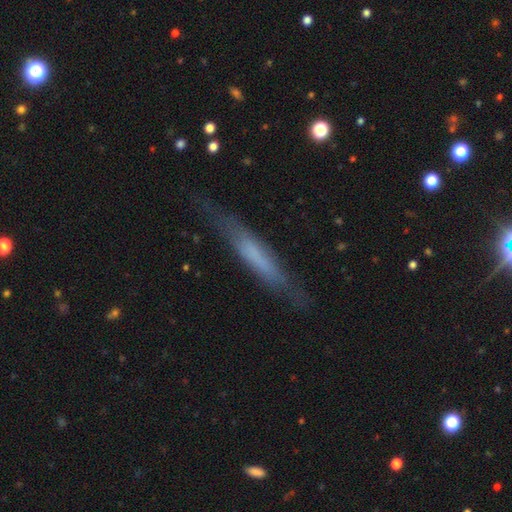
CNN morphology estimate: smooth_or_featured: smooth (p=0.48) [alt: featured or disk p=0.44]
merging: none (p=0.72) [alt: minor disturbance p=0.19]